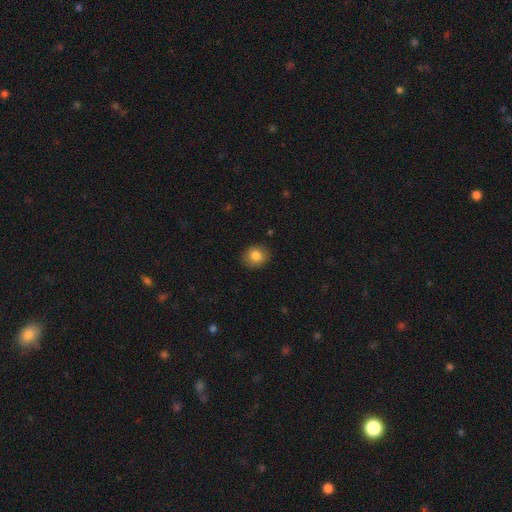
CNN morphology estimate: A smooth galaxy with no disk features (83%) that is round (69%). Merging: none (88%).